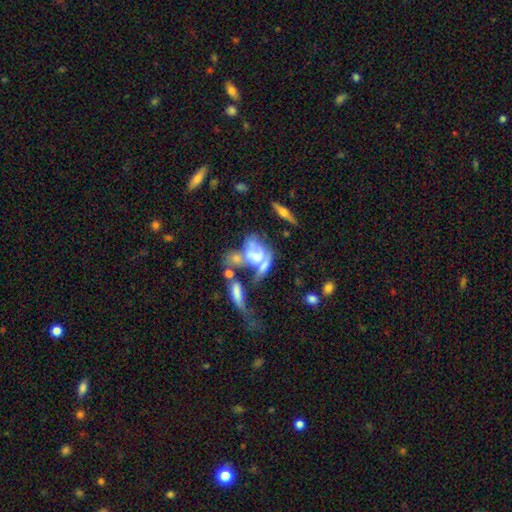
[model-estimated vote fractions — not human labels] This appears to be a featured or disk galaxy (56%). Merging: merger (55%).